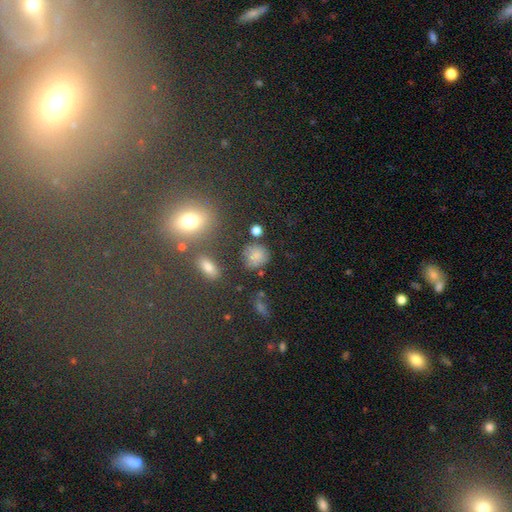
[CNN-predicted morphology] A smooth galaxy with no disk features (73%) that is round (77%).

Vote fractions:
- Smooth or featured? smooth: 73% / star or artifact: 16% / featured or disk: 11%
- How rounded? round: 77% / in between: 22% / cigar-shaped: 1%
- Merging? none: 66% / minor disturbance: 19% / merger: 8% / major disturbance: 8%